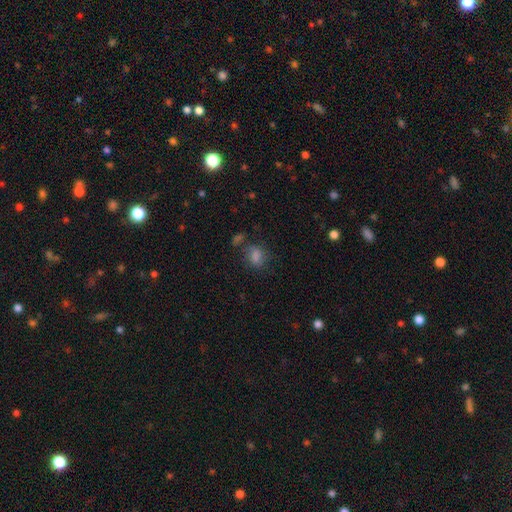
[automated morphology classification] Smooth or featured?
  - smooth: 69% *
  - star or artifact: 20%
  - featured or disk: 10%
How rounded?
  - in between: 59% *
  - round: 39%
  - cigar-shaped: 2%
Merging?
  - none: 65% *
  - minor disturbance: 17%
  - merger: 10%
  - major disturbance: 8%